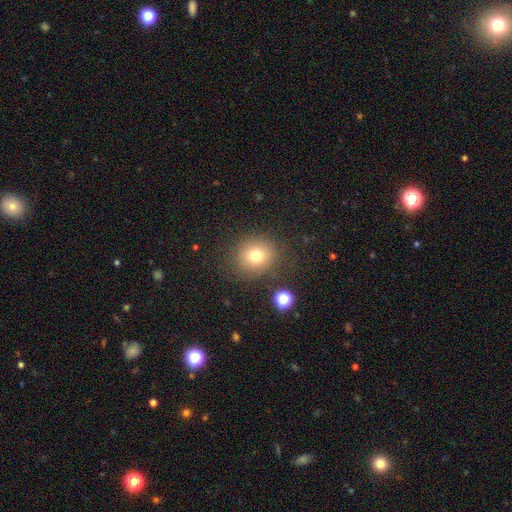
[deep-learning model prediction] smooth 74%, star or artifact 15%, featured or disk 11%. Down the decision tree: how rounded — round (81%); merging — none (82%).